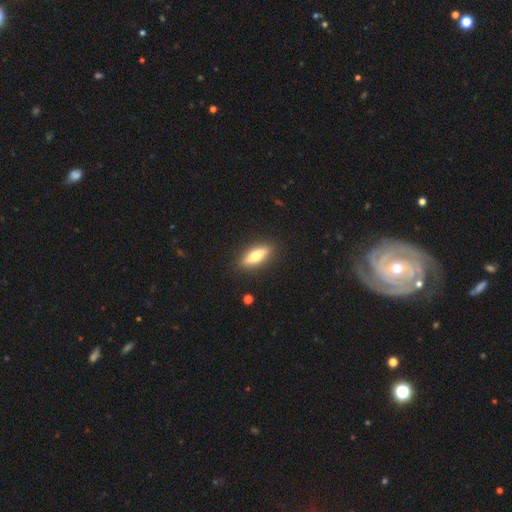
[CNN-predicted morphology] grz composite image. It shows a smooth galaxy with no disk features (57%) that is cigar-shaped (49%). Merging: none (89%).